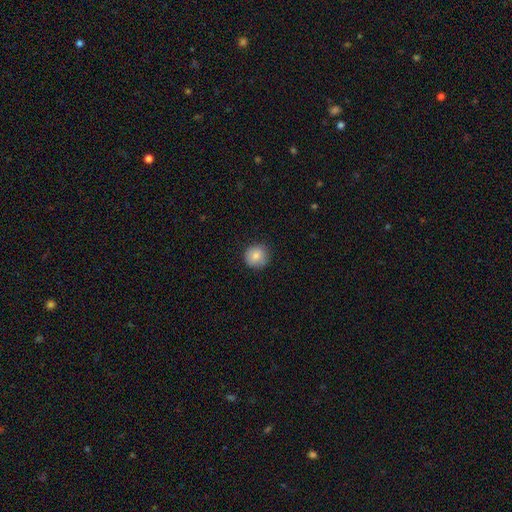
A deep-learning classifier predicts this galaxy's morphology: type=smooth (82%); roundness=round (94%); merging=none (87%).